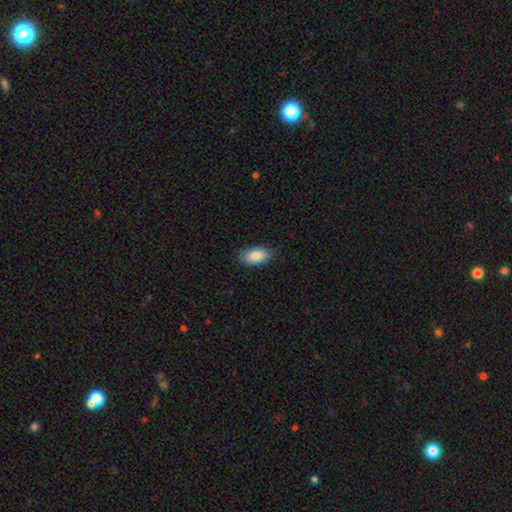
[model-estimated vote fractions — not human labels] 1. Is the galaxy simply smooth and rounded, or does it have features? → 86% smooth, 8% featured or disk, 6% star or artifact.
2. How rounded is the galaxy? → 93% in between, 4% round, 3% cigar-shaped.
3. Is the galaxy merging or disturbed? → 80% none, 17% minor disturbance, 3% major disturbance, 1% merger.